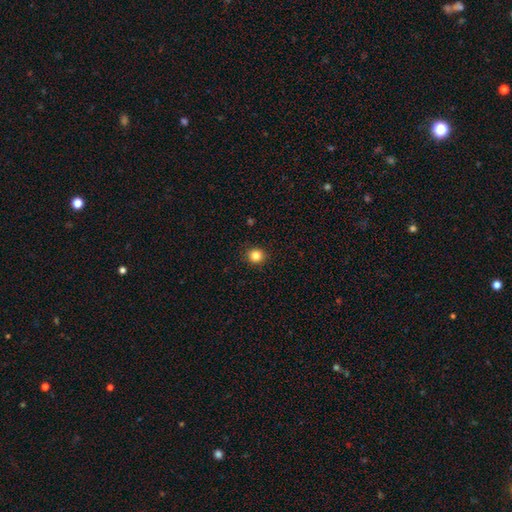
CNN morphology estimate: A smooth galaxy with no disk features (84%) that is round (89%). Merging: none (91%).